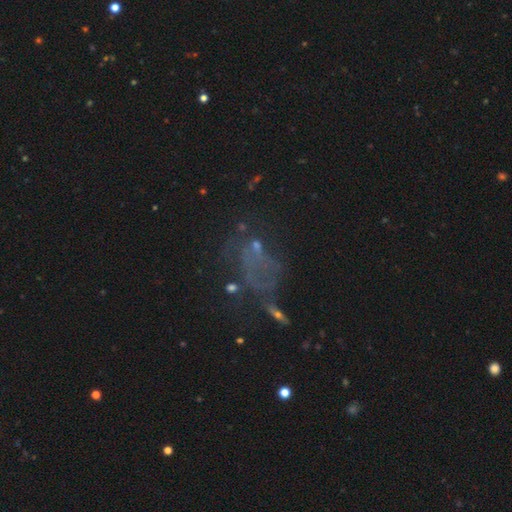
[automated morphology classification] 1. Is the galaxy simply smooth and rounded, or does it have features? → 41% featured or disk, 35% star or artifact, 24% smooth.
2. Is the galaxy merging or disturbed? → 39% major disturbance, 32% none, 16% minor disturbance, 13% merger.